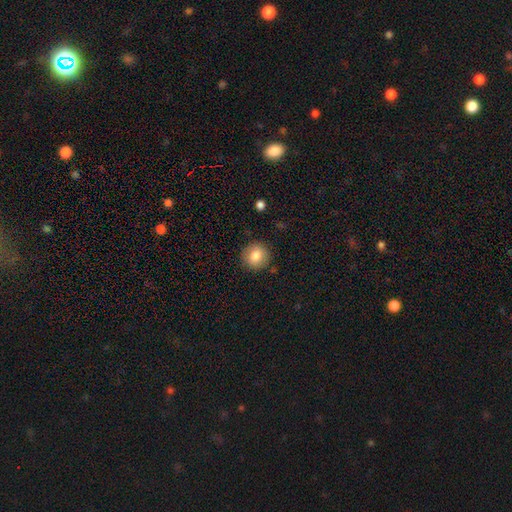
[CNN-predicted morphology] A smooth galaxy with no disk features (83%) that is round (90%).

Vote fractions:
- Smooth or featured? smooth: 83% / star or artifact: 9% / featured or disk: 9%
- How rounded? round: 90% / in between: 10% / cigar-shaped: 1%
- Merging? none: 89% / minor disturbance: 8% / major disturbance: 2% / merger: 1%